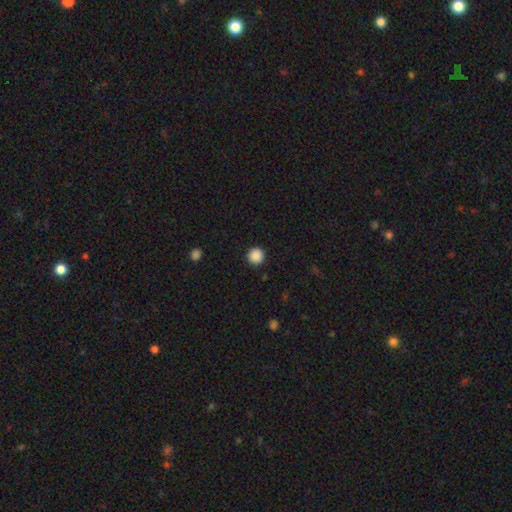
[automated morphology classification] This appears to be a smooth galaxy with no disk features (88%) that is round (96%). Merging: none (92%).